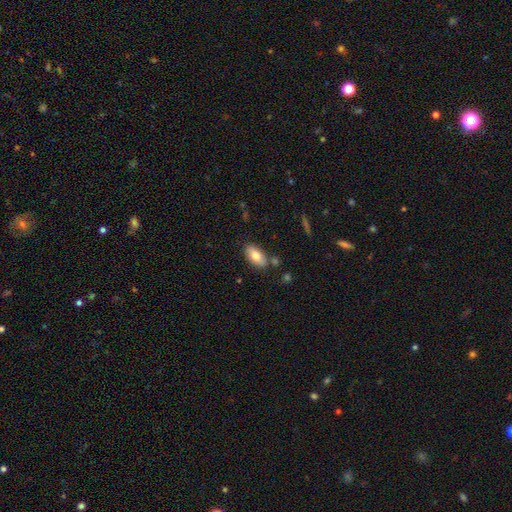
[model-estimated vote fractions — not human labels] Smooth or featured: smooth — 77% (featured or disk — 16%)
How rounded: in between — 93% (cigar-shaped — 4%)
Merging: none — 79% (minor disturbance — 13%)